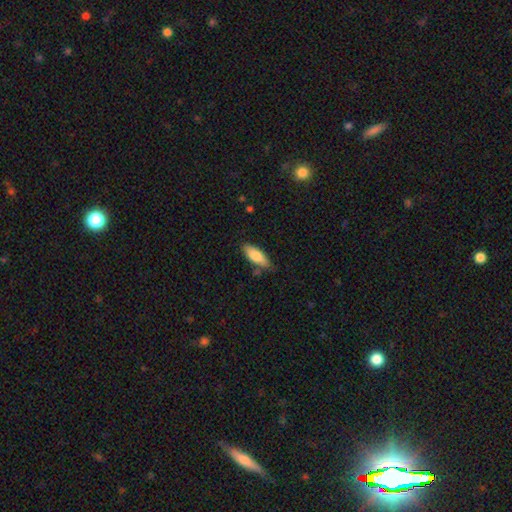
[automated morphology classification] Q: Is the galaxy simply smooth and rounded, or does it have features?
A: smooth — 80%.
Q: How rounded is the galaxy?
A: in between — 70%.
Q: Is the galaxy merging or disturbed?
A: none — 76%.